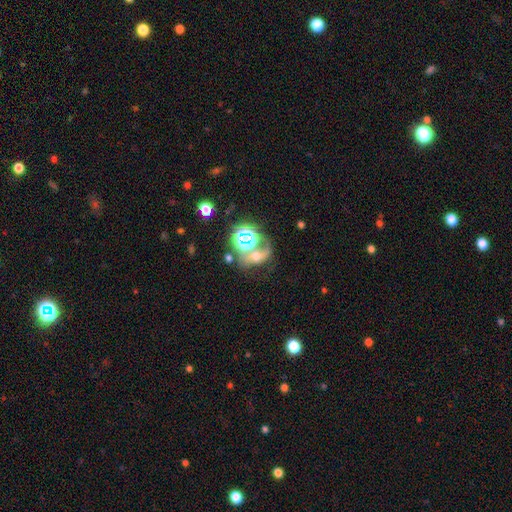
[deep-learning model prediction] The model was most divided on "smooth or featured": star or artifact: 35%, smooth: 34%, featured or disk: 31%.